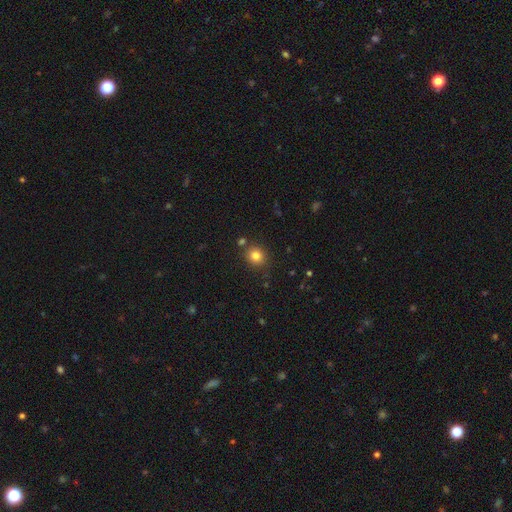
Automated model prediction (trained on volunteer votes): smooth_or_featured: smooth (p=0.81) [alt: star or artifact p=0.13]
how_rounded: round (p=0.85) [alt: in between p=0.14]
merging: none (p=0.82) [alt: minor disturbance p=0.09]